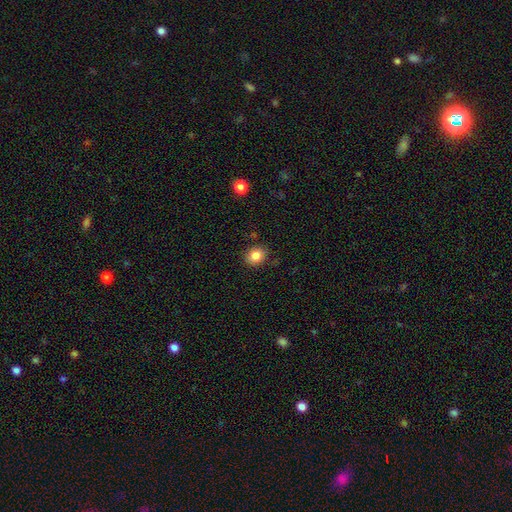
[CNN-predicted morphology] Smooth or featured?
  - smooth: 84% *
  - star or artifact: 10%
  - featured or disk: 6%
How rounded?
  - round: 66% *
  - in between: 33%
  - cigar-shaped: 1%
Merging?
  - none: 86% *
  - minor disturbance: 10%
  - major disturbance: 2%
  - merger: 2%